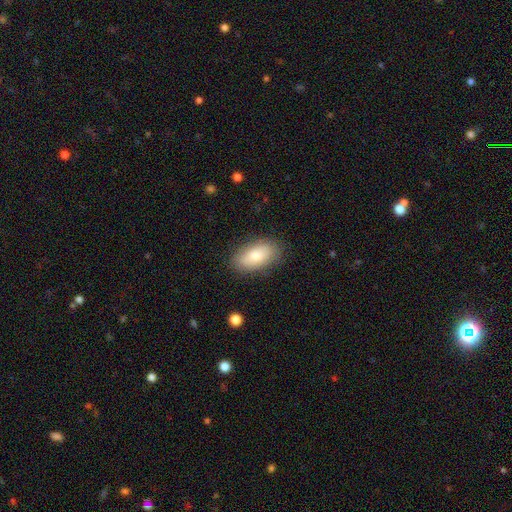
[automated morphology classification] Smooth or featured? smooth (80%)
How rounded? in between (93%)
Merging? none (84%)